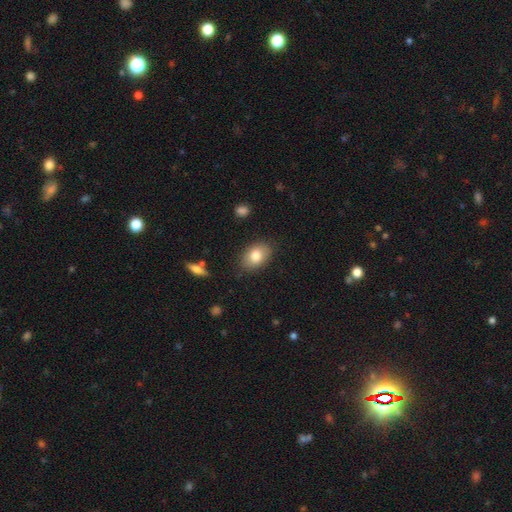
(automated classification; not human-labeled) This is clearly a smooth galaxy (80%). How rounded: clearly in between (85%). Merging: clearly none (83%).